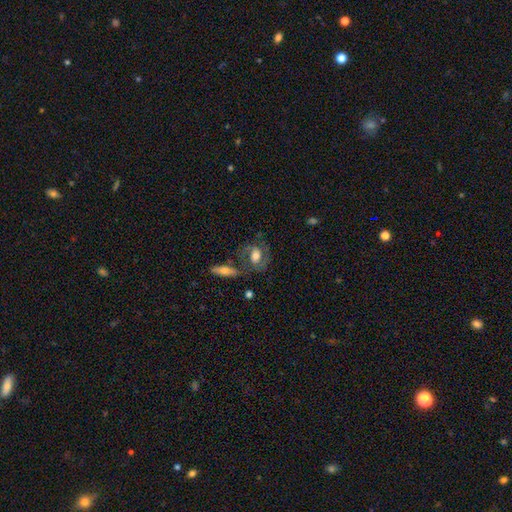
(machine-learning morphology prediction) This appears to be a featured or disk galaxy (51%). Merging: none (59%).